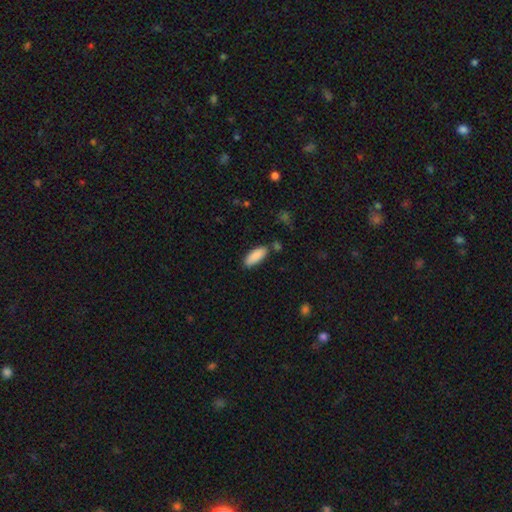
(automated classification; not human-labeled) Overall: smooth (89%). How rounded: in between (74%). Merging: none (81%).